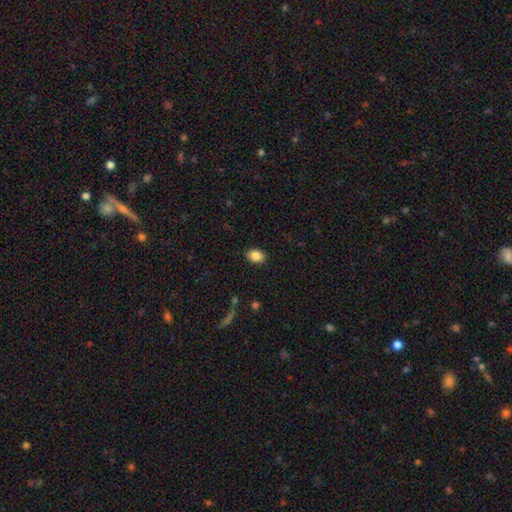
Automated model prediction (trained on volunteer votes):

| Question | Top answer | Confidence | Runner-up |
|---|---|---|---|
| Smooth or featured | smooth | 86% | star or artifact (9%) |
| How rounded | in between | 70% | round (28%) |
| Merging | none | 89% | minor disturbance (8%) |